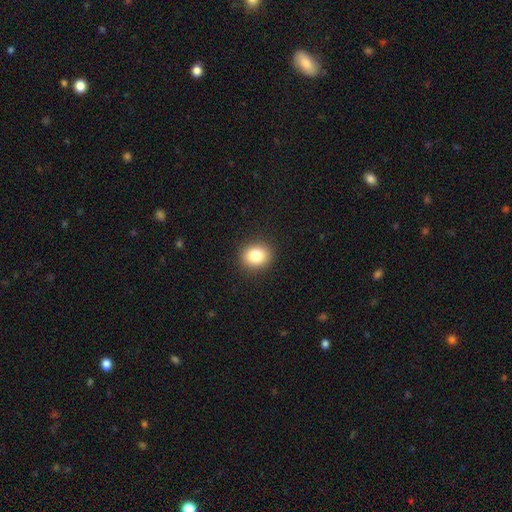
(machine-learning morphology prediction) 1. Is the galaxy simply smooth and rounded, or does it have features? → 84% smooth, 10% star or artifact, 7% featured or disk.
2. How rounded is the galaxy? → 66% round, 33% in between, 1% cigar-shaped.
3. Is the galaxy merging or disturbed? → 90% none, 7% minor disturbance, 2% major disturbance, 1% merger.